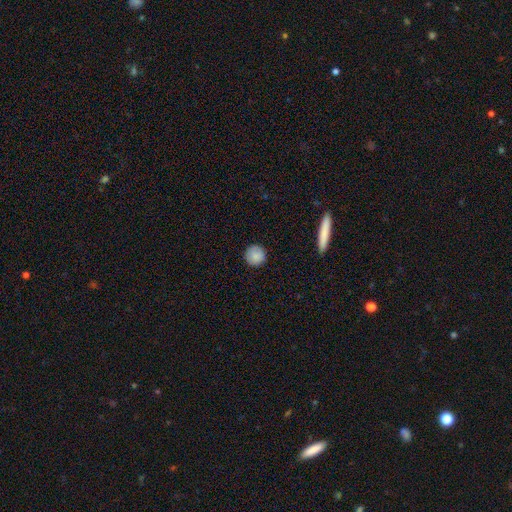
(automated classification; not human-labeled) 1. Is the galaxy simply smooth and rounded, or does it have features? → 87% smooth, 7% star or artifact, 5% featured or disk.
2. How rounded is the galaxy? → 94% round, 5% in between, 1% cigar-shaped.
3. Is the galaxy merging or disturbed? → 89% none, 8% minor disturbance, 2% major disturbance, 1% merger.